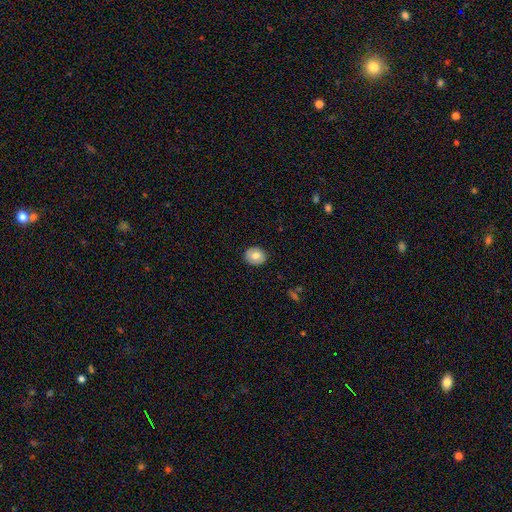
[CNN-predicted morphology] smooth_or_featured: smooth (p=0.76) [alt: featured or disk p=0.16]
how_rounded: round (p=0.70) [alt: in between p=0.29]
merging: none (p=0.90) [alt: minor disturbance p=0.08]